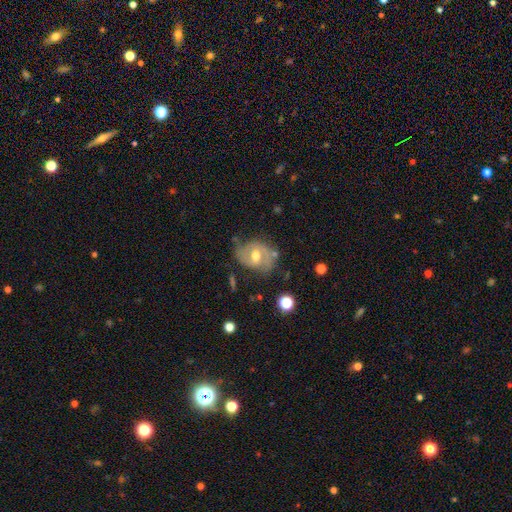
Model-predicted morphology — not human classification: A featured or disk galaxy (69%) with a weak bar (44%), 2 (79%) medium (45%) spiral arms (79%) and a moderate central bulge (76%).

Vote fractions:
- Smooth or featured? featured or disk: 69% / smooth: 23% / star or artifact: 8%
- Edge-on disk? no: 96% / yes: 4%
- Bar? weak: 44% / no: 41% / strong: 15%
- Spiral arms? yes: 79% / no: 21%
- Spiral winding? medium: 45% / tight: 32% / loose: 23%
- Spiral arm count? 2: 79% / can't tell: 12% / 1: 5% / 3: 2% / 4: 1% / more than 4: 1%
- Bulge size? moderate: 76% / small: 14% / large: 8% / none: 1% / dominant: 1%
- Merging? none: 63% / minor disturbance: 24% / major disturbance: 9% / merger: 4%